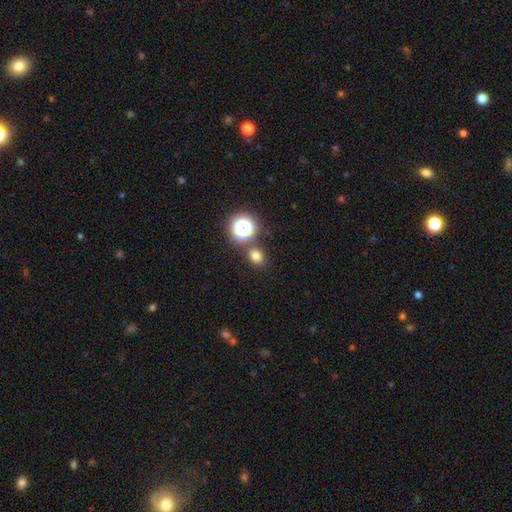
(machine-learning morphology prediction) type=smooth (71%); roundness=round (58%); merging=none (79%).